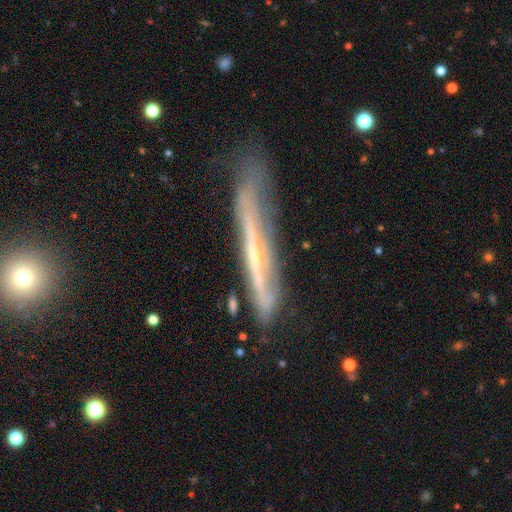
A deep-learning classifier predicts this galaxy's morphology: type=featured or disk (72%); edge-on=yes (82%); edge-on bulge=none (51%); merging=none (61%).